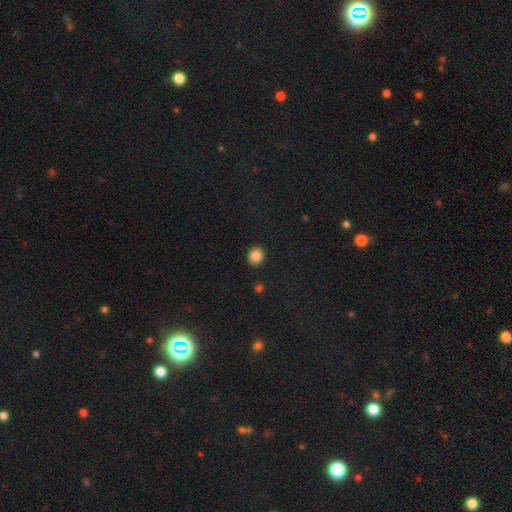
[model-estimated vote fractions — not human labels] Smooth or featured?
  - smooth: 85% *
  - star or artifact: 10%
  - featured or disk: 5%
How rounded?
  - round: 67% *
  - in between: 32%
  - cigar-shaped: 1%
Merging?
  - none: 91% *
  - minor disturbance: 6%
  - major disturbance: 2%
  - merger: 1%